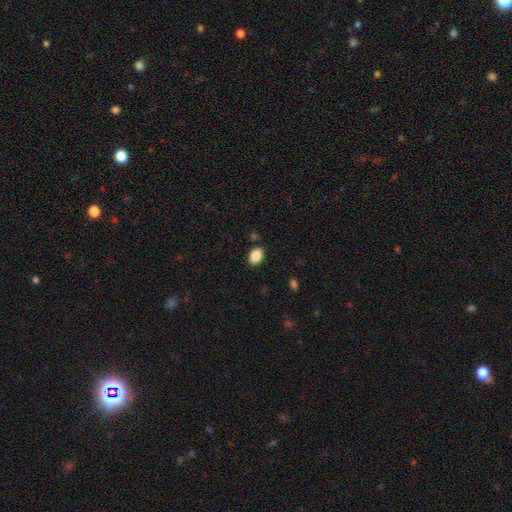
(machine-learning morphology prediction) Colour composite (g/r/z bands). It shows a smooth galaxy with no disk features (87%) that is in between round and cigar-shaped (81%). Merging: none (86%).